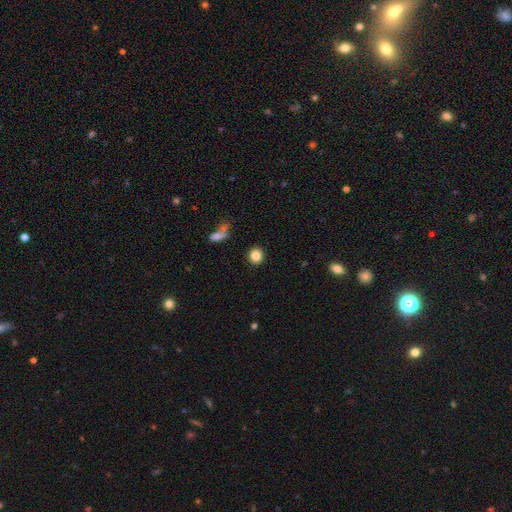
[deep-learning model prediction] smooth 83%, star or artifact 10%, featured or disk 7%. Down the decision tree: how rounded — round (89%); merging — none (90%).